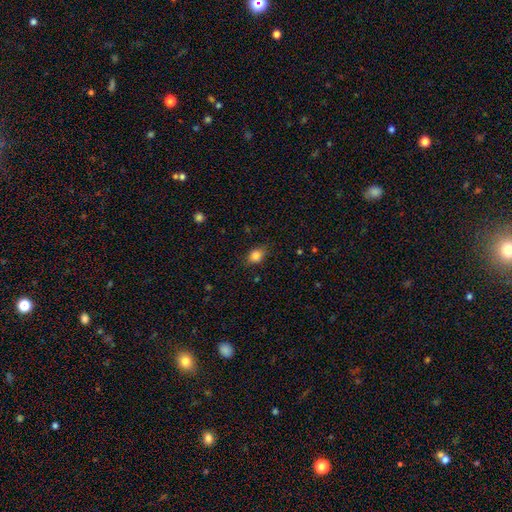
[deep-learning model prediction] Smooth or featured?
  - smooth: 84% *
  - star or artifact: 10%
  - featured or disk: 6%
How rounded?
  - in between: 51% *
  - round: 48%
  - cigar-shaped: 2%
Merging?
  - none: 77% *
  - minor disturbance: 18%
  - major disturbance: 4%
  - merger: 1%